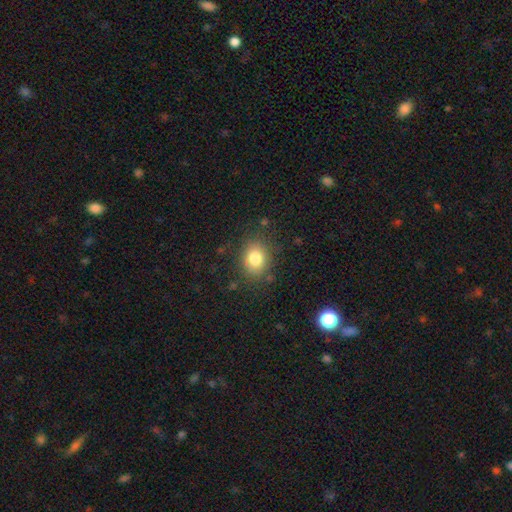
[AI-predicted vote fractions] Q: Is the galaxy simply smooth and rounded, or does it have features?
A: smooth — 80%.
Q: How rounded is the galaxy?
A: in between — 50%.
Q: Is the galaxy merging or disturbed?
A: none — 84%.